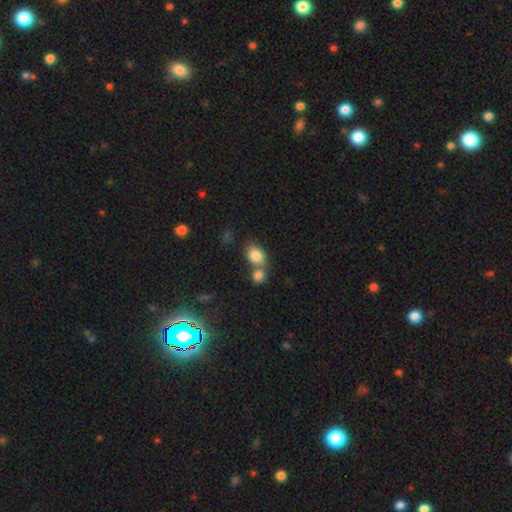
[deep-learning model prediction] The model was most divided on "merging" (2-way tie): none: 43%, merger: 43%, minor disturbance: 10%, major disturbance: 4%. More confident: smooth or featured — smooth (83%); how rounded — in between (72%).